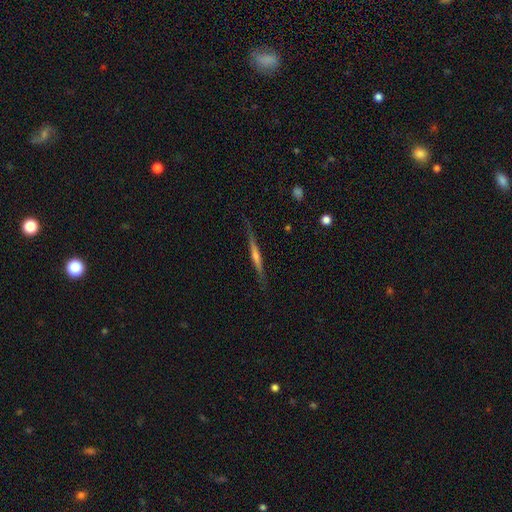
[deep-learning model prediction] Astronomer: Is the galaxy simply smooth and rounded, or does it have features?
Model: featured or disk — 70%.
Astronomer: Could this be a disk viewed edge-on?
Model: yes — 97%.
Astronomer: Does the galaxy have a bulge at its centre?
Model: rounded — 57%.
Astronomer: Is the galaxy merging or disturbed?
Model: none — 85%.